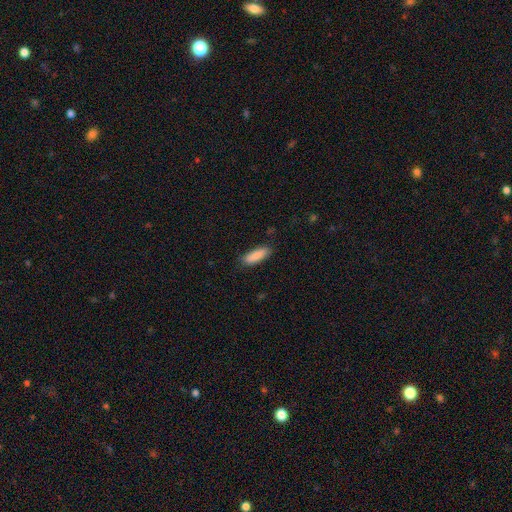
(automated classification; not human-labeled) This is clearly a smooth galaxy (88%). How rounded: possibly cigar-shaped (50%). Merging: clearly none (85%).